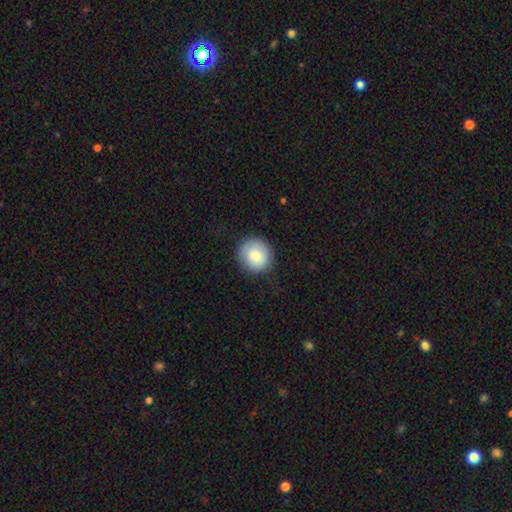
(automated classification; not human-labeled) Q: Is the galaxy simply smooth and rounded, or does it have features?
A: smooth — 83%.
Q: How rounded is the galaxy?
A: round — 92%.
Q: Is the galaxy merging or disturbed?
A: none — 85%.